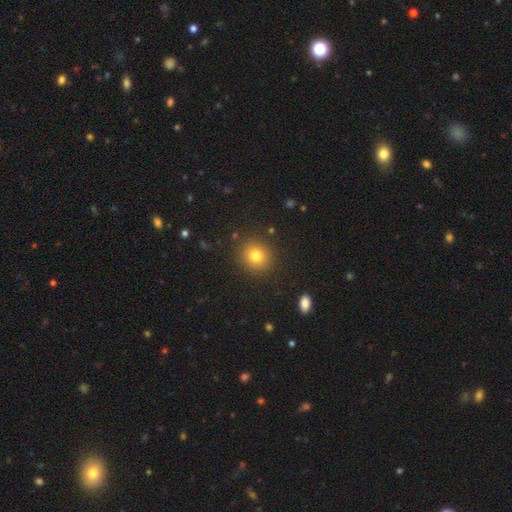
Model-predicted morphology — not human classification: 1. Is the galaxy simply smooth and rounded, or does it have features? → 80% smooth, 12% star or artifact, 8% featured or disk.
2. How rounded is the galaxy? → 86% round, 13% in between, 1% cigar-shaped.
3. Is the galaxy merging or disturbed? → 89% none, 7% minor disturbance, 2% major disturbance, 1% merger.